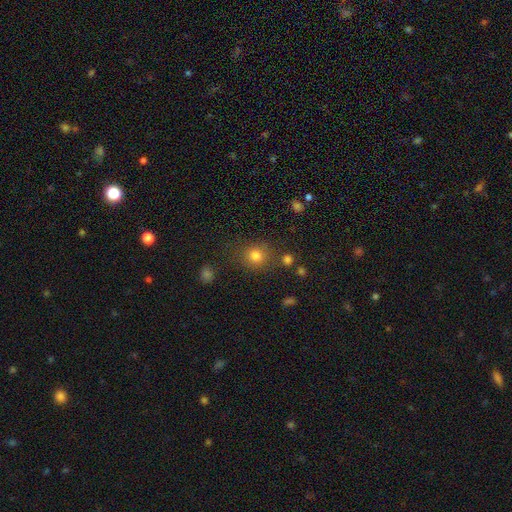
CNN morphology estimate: Overall: smooth (81%). How rounded: round (87%). Merging: none (77%).